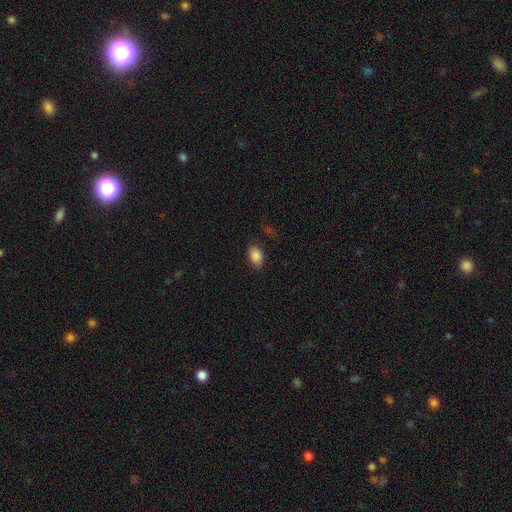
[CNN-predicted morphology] Smooth or featured?
  - smooth: 87% *
  - star or artifact: 8%
  - featured or disk: 5%
How rounded?
  - in between: 87% *
  - round: 12%
  - cigar-shaped: 1%
Merging?
  - none: 81% *
  - minor disturbance: 14%
  - major disturbance: 4%
  - merger: 1%